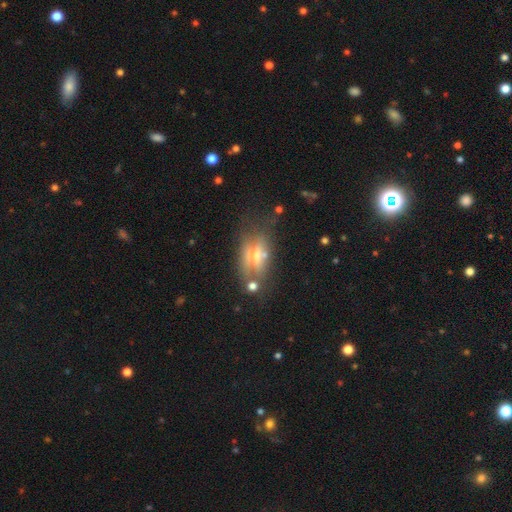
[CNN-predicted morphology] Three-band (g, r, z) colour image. It shows a featured or disk galaxy (55%) viewed edge-on (60%). Merging: none (54%).